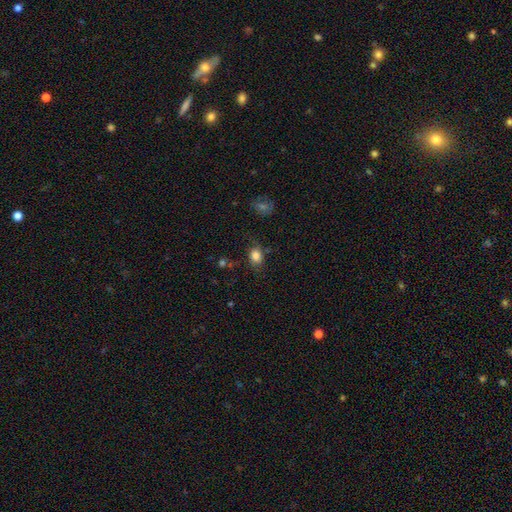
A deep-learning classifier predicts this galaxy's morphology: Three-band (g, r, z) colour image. It shows a smooth galaxy with no disk features (83%) that is in between round and cigar-shaped (64%). Merging: none (71%).